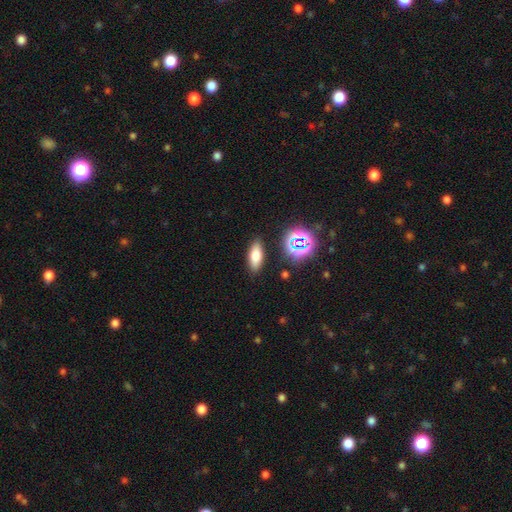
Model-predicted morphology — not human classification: Smooth or featured? smooth (69%)
How rounded? in between (72%)
Merging? none (87%)